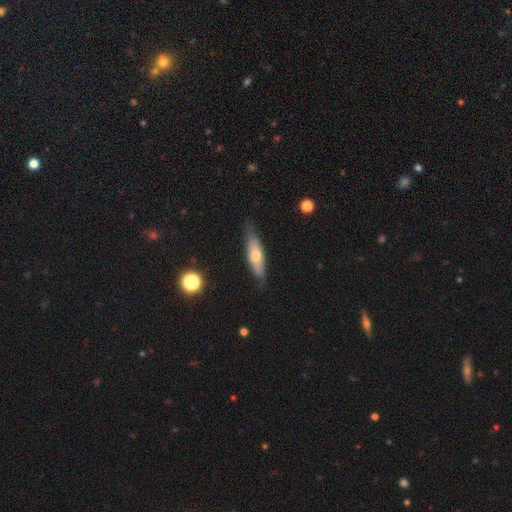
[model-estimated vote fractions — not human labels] Overall: smooth (51%; featured or disk 43%). How rounded: cigar-shaped (53%; in between 45%). Merging: none (71%).